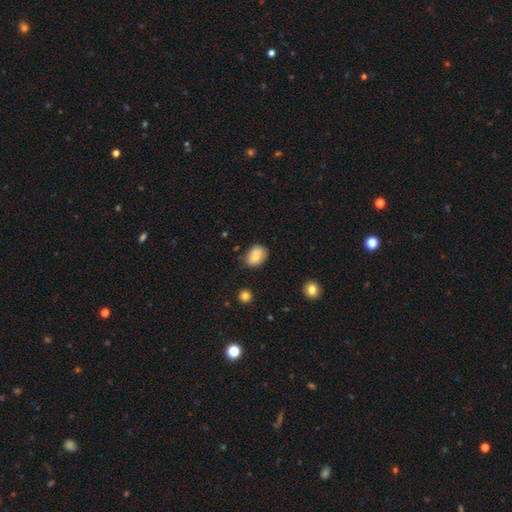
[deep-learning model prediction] Q: Smooth or featured?
A: smooth (77%); runner-up: featured or disk (15%)
Q: How rounded?
A: in between (67%); runner-up: round (32%)
Q: Merging?
A: none (64%); runner-up: minor disturbance (22%)